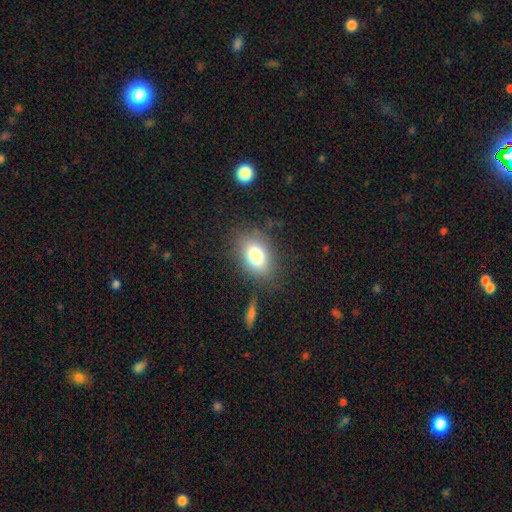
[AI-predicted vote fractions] Q: Smooth or featured?
A: smooth (77%); runner-up: featured or disk (13%)
Q: How rounded?
A: in between (77%); runner-up: round (21%)
Q: Merging?
A: none (78%); runner-up: minor disturbance (14%)